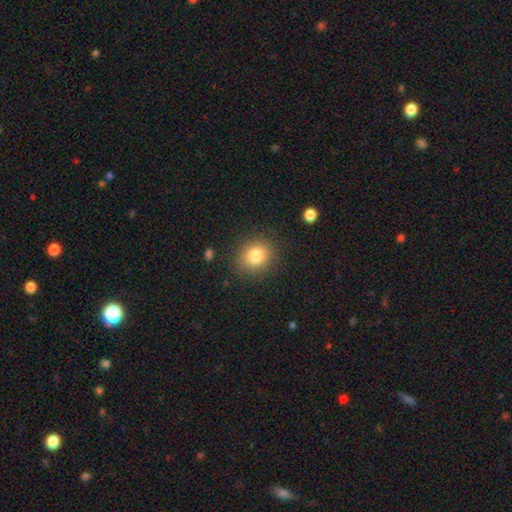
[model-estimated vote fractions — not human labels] Smooth or featured: smooth — 81% (star or artifact — 11%)
How rounded: round — 79% (in between — 20%)
Merging: none — 87% (minor disturbance — 8%)